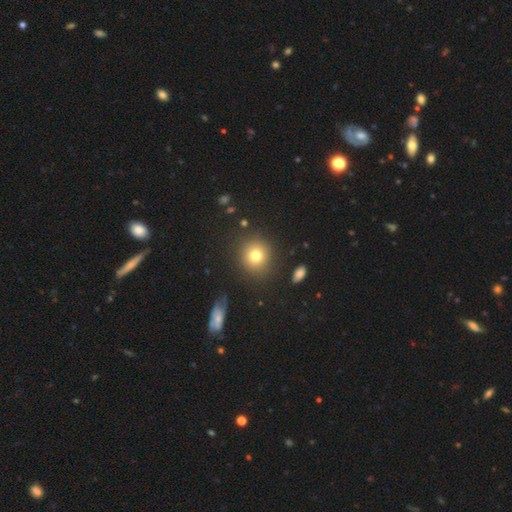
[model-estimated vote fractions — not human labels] Q: Smooth or featured?
A: smooth (77%); runner-up: star or artifact (13%)
Q: How rounded?
A: round (88%); runner-up: in between (11%)
Q: Merging?
A: none (86%); runner-up: minor disturbance (8%)